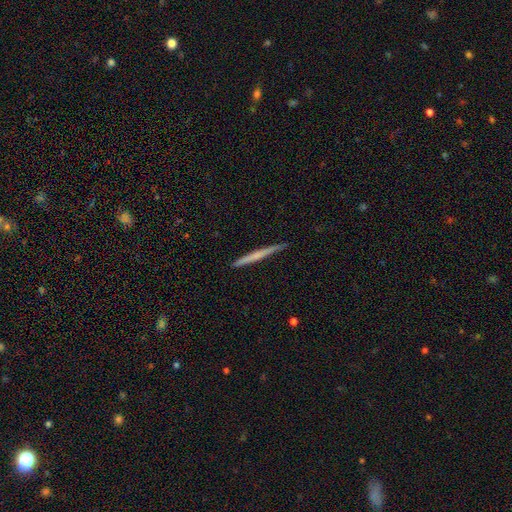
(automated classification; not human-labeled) This is possibly a featured or disk galaxy (52%). It is clearly viewed edge-on (98%). Edge-on bulge: likely none (71%). Merging: clearly none (89%).